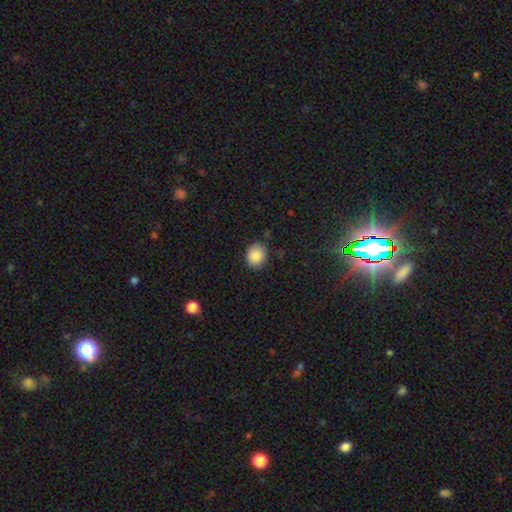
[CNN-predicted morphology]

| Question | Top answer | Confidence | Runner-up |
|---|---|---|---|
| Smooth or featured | smooth | 87% | star or artifact (8%) |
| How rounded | round | 61% | in between (38%) |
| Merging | none | 81% | minor disturbance (14%) |